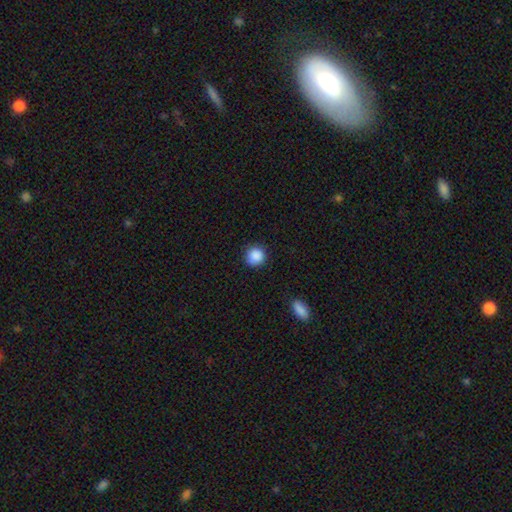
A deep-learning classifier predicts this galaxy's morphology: smooth-or-featured: smooth: 88% | star or artifact: 9% | featured or disk: 3%
  how-rounded: round: 92% | in between: 7% | cigar-shaped: 1%
  merging: none: 86% | minor disturbance: 11% | major disturbance: 2% | merger: 1%